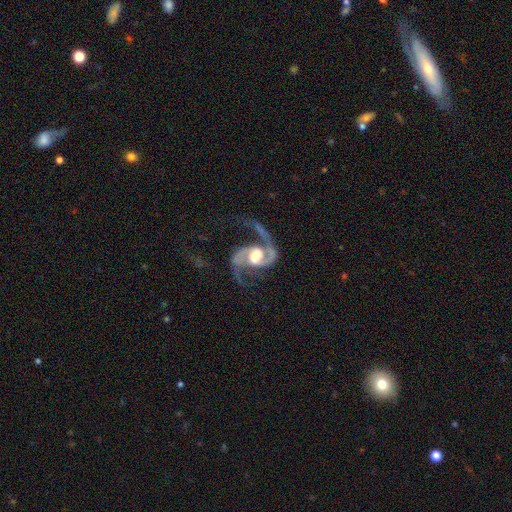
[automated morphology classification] smooth_or_featured: featured or disk (p=0.93) [alt: star or artifact p=0.04]
disk_edge_on: no (p=0.98) [alt: yes p=0.02]
bar: weak (p=0.43) [alt: no p=0.34]
has_spiral_arms: yes (p=0.98) [alt: no p=0.02]
spiral_winding: medium (p=0.50) [alt: loose p=0.41]
spiral_arm_count: 2 (p=0.92) [alt: 3 p=0.03]
bulge_size: moderate (p=0.49) [alt: large p=0.37]
merging: none (p=0.64) [alt: major disturbance p=0.17]